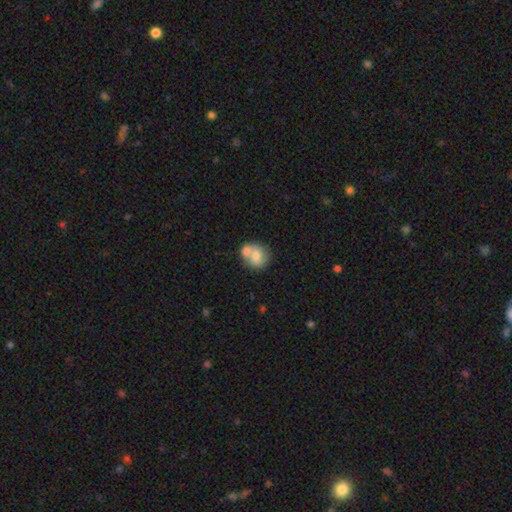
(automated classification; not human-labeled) Smooth or featured: smooth — 68% (featured or disk — 25%)
How rounded: round — 73% (in between — 26%)
Merging: merger — 50% (none — 35%)